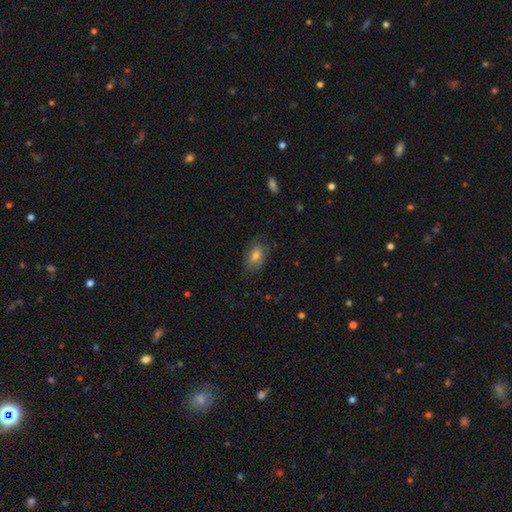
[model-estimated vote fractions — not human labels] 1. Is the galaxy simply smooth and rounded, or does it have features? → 58% smooth, 31% featured or disk, 11% star or artifact.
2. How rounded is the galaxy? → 86% in between, 11% round, 3% cigar-shaped.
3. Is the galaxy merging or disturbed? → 73% none, 19% minor disturbance, 7% major disturbance, 1% merger.